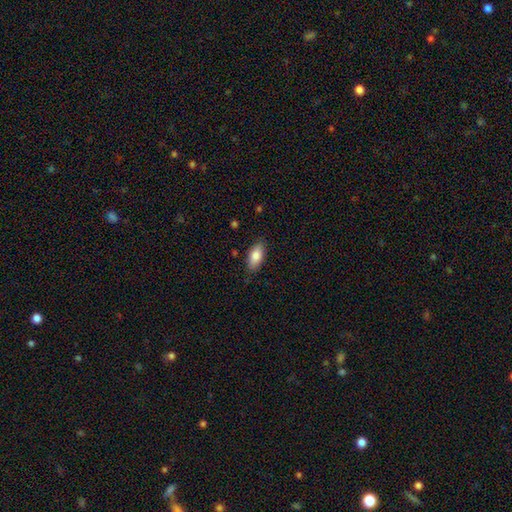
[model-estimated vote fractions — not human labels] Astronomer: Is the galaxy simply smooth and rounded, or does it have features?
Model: smooth — 83%.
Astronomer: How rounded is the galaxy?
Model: in between — 89%.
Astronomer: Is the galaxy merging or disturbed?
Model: none — 85%.